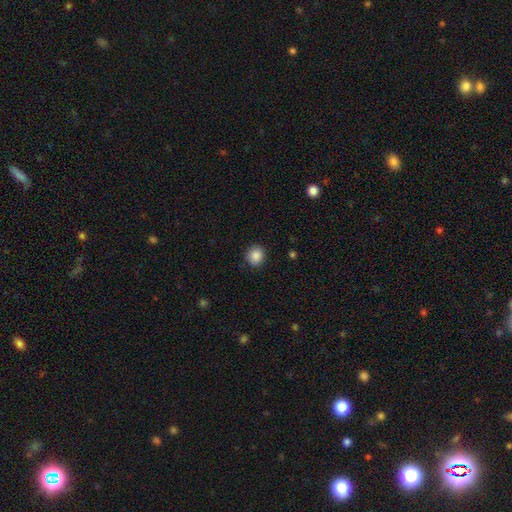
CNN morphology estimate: Smooth or featured: smooth — 88% (star or artifact — 9%)
How rounded: round — 79% (in between — 20%)
Merging: none — 88% (minor disturbance — 8%)